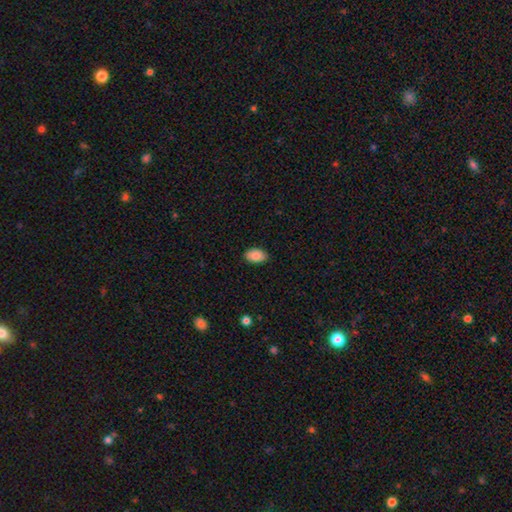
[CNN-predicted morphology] Smooth or featured? Predicted: smooth (p=0.88). How rounded? Predicted: in between (p=0.93). Merging? Predicted: none (p=0.88).